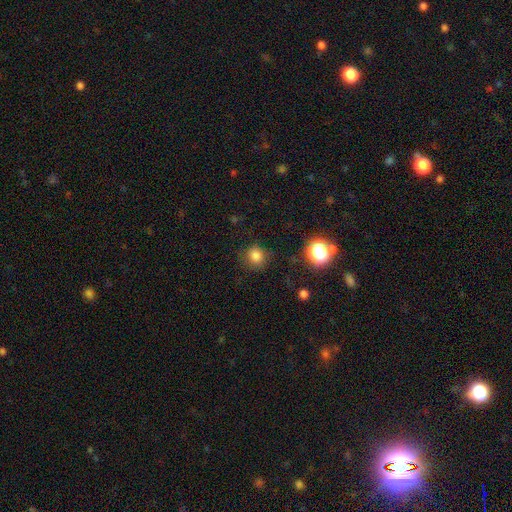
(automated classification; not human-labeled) Overall: smooth (80%). How rounded: round (88%). Merging: none (83%).